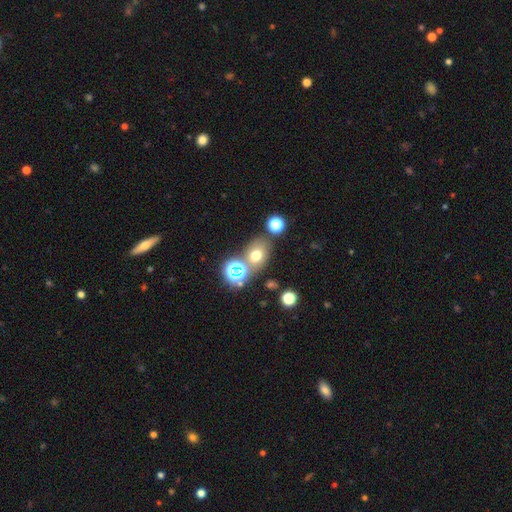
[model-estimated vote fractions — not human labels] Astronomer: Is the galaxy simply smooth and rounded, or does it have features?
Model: smooth — 65%.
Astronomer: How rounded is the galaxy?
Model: in between — 54% (runner-up: round, 45%).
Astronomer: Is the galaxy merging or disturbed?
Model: none — 65%.